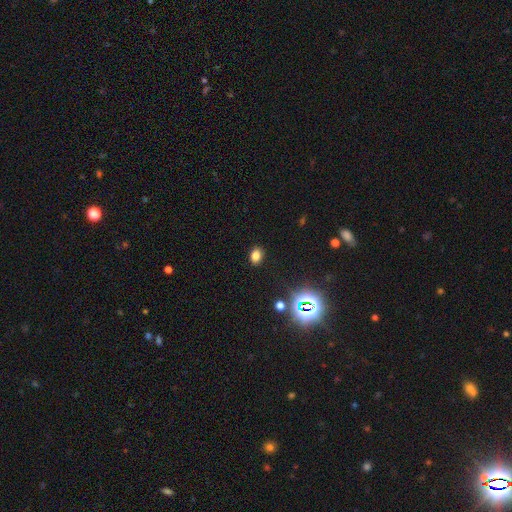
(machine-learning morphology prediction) Smooth or featured?
  - smooth: 76% *
  - star or artifact: 18%
  - featured or disk: 6%
How rounded?
  - in between: 72% *
  - round: 27%
  - cigar-shaped: 1%
Merging?
  - none: 87% *
  - minor disturbance: 9%
  - major disturbance: 3%
  - merger: 1%